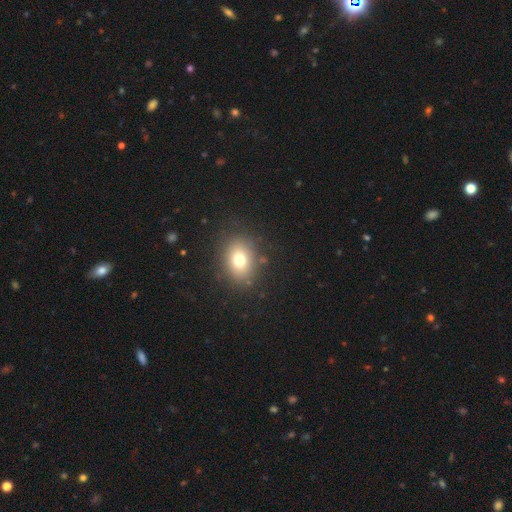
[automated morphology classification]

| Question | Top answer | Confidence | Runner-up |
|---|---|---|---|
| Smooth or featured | smooth | 68% | star or artifact (22%) |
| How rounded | in between | 53% | round (46%) |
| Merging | none | 90% | minor disturbance (7%) |